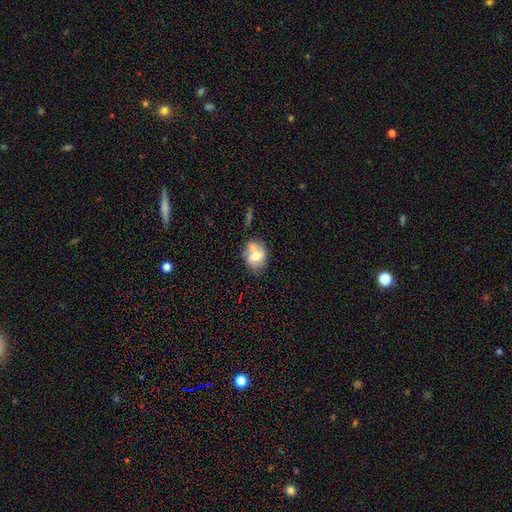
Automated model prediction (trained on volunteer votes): This is likely a smooth galaxy (63%). How rounded: possibly in between (54%). Merging: possibly none (48%).